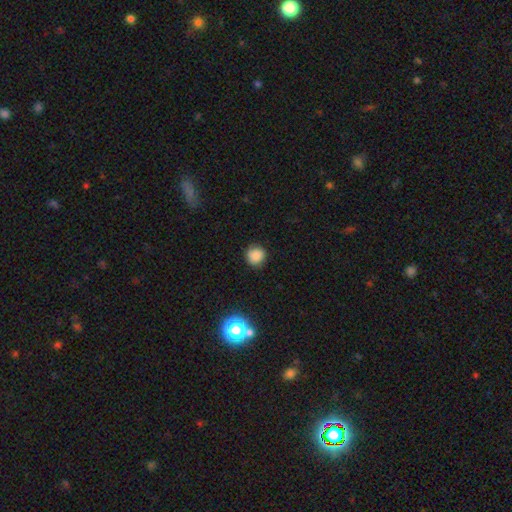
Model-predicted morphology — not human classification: smooth_or_featured: smooth (p=0.83) [alt: star or artifact p=0.12]
how_rounded: round (p=0.90) [alt: in between p=0.09]
merging: none (p=0.83) [alt: minor disturbance p=0.12]